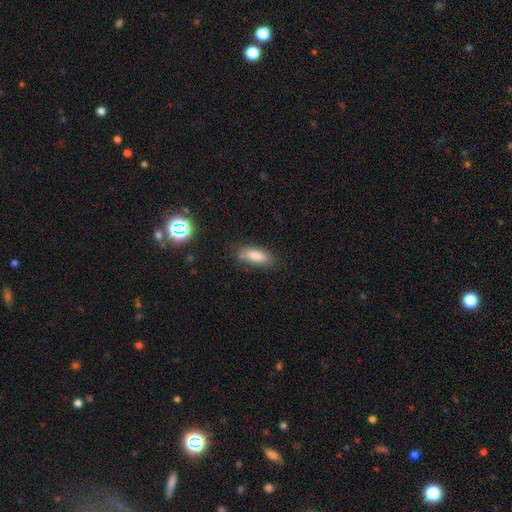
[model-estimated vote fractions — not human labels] Overall: smooth (82%). How rounded: in between (75%). Merging: none (71%).